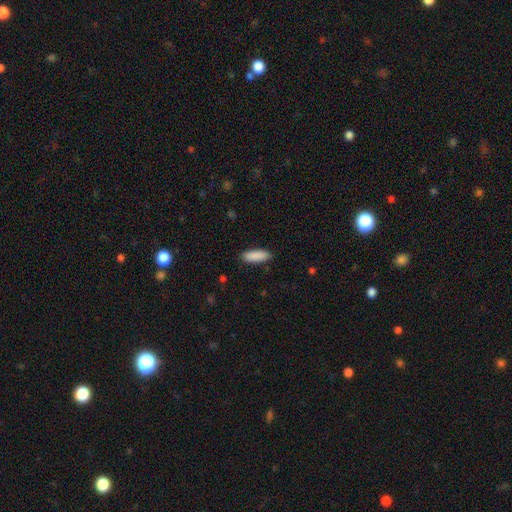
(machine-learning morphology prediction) The model was most divided on "how rounded": in between: 59%, cigar-shaped: 39%, round: 2%. More confident: smooth or featured — smooth (90%); merging — none (88%).